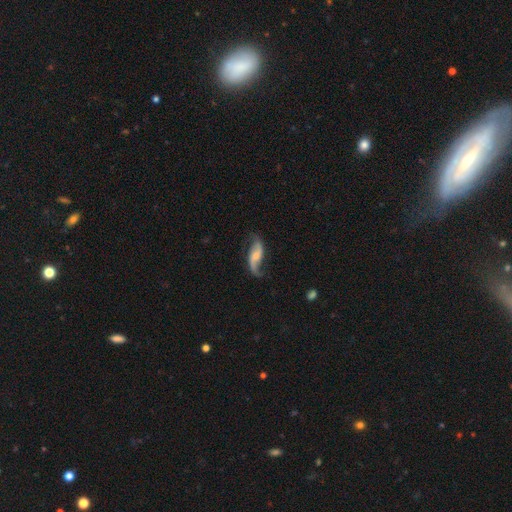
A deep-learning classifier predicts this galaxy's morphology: This is clearly a featured or disk galaxy (82%). It is clearly not viewed edge-on (94%). Bar: marginally no (45%). Spiral arm pattern: clearly yes (95%). Spiral arm count: clearly 2 (88%). Spiral winding: clearly loose (83%). Central bulge: marginally small (45%). Merging: likely none (68%).